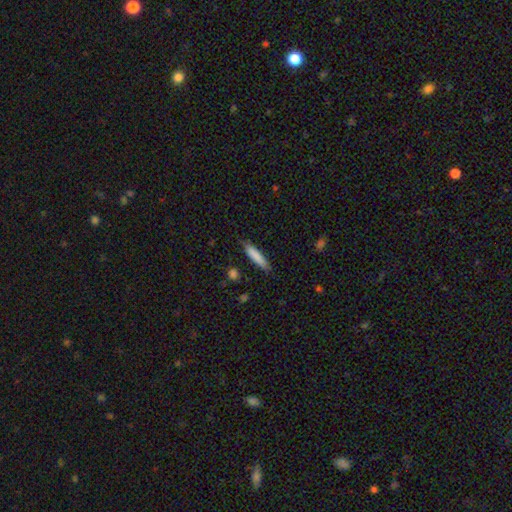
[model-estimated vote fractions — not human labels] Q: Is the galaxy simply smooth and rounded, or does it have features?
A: smooth — 82%.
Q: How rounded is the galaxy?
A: cigar-shaped — 84%.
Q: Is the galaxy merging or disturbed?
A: none — 81%.